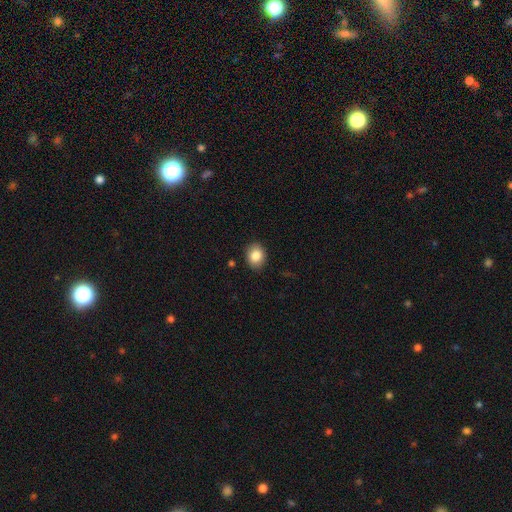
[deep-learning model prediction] The model was most divided on "how rounded": in between: 54%, round: 45%, cigar-shaped: 1%. More confident: merging — none (89%); smooth or featured — smooth (85%).